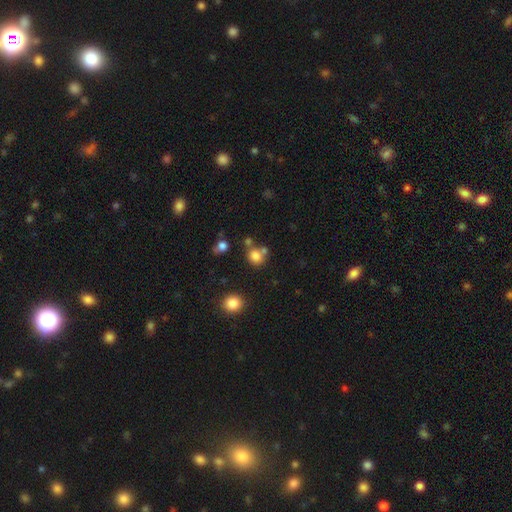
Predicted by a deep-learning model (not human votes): This is likely a smooth galaxy (79%). How rounded: likely round (77%). Merging: possibly none (58%).